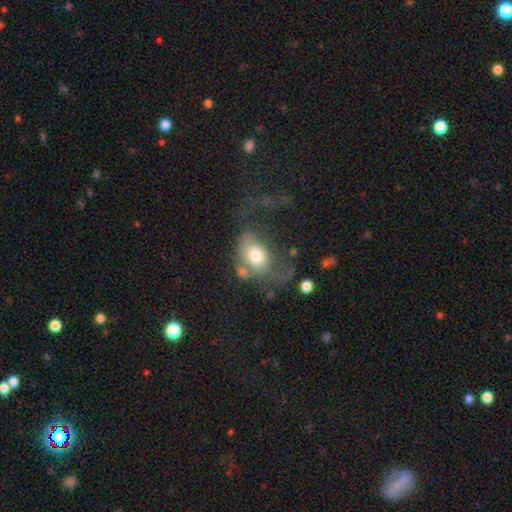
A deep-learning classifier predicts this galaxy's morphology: Smooth or featured? smooth (67%)
How rounded? in between (66%)
Merging? major disturbance (44%)